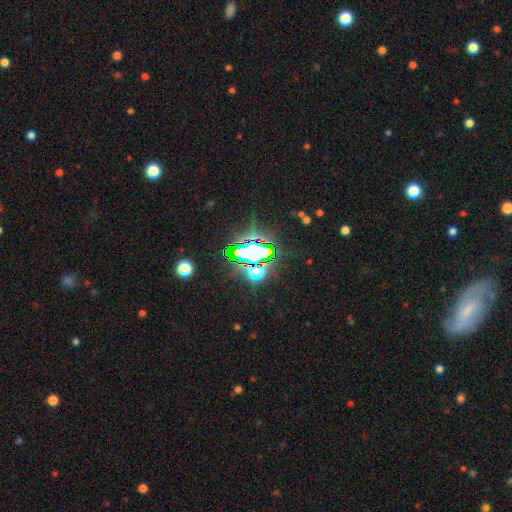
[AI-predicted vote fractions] Smooth or featured?
  - star or artifact: 72% *
  - smooth: 16%
  - featured or disk: 11%